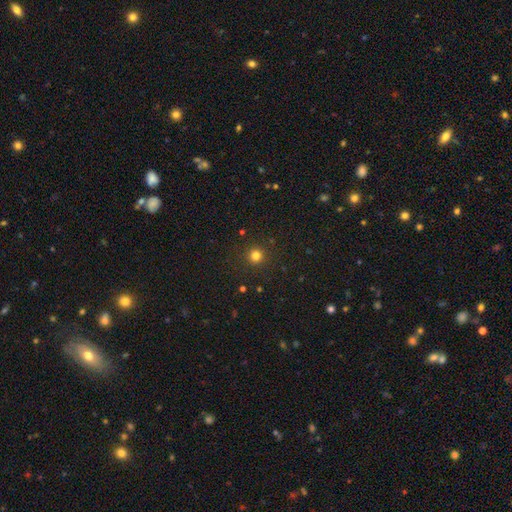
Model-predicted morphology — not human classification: Overall: smooth (79%). How rounded: round (95%). Merging: none (91%).